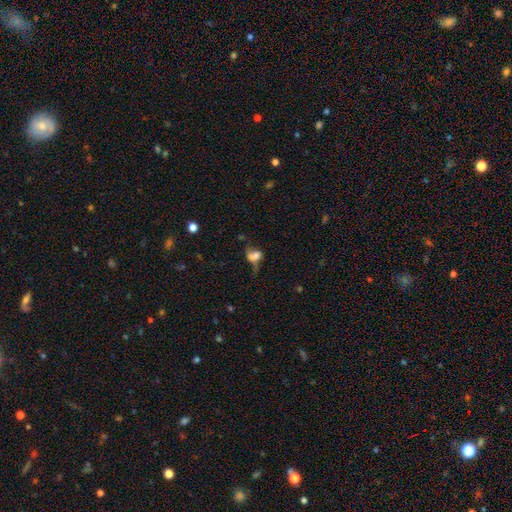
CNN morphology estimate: The model was most divided on "merging": major disturbance: 31%, merger: 30%, none: 23%, minor disturbance: 17%. More confident: how rounded — in between (58%); smooth or featured — smooth (56%).